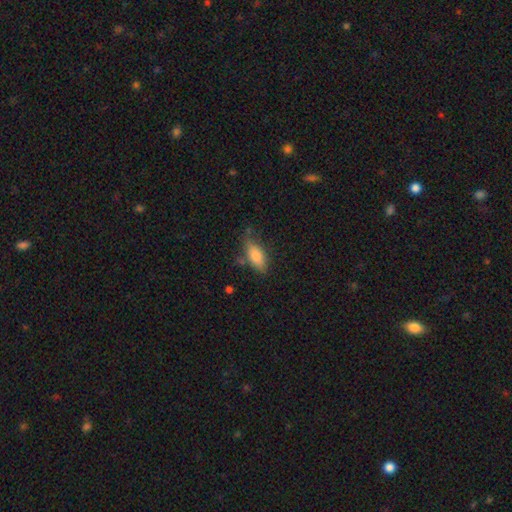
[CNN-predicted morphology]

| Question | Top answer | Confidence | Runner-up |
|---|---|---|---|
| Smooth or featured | smooth | 78% | featured or disk (14%) |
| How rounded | in between | 82% | cigar-shaped (15%) |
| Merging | none | 66% | minor disturbance (23%) |